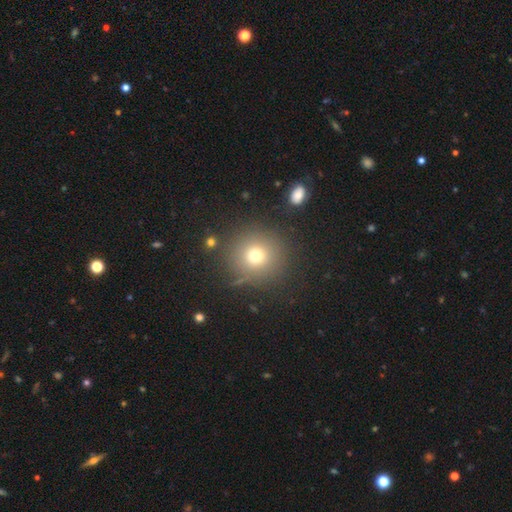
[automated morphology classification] A smooth galaxy with no disk features (72%) that is round (93%).

Vote fractions:
- Smooth or featured? smooth: 72% / star or artifact: 17% / featured or disk: 11%
- How rounded? round: 93% / in between: 6% / cigar-shaped: 1%
- Merging? none: 86% / minor disturbance: 8% / major disturbance: 4% / merger: 3%